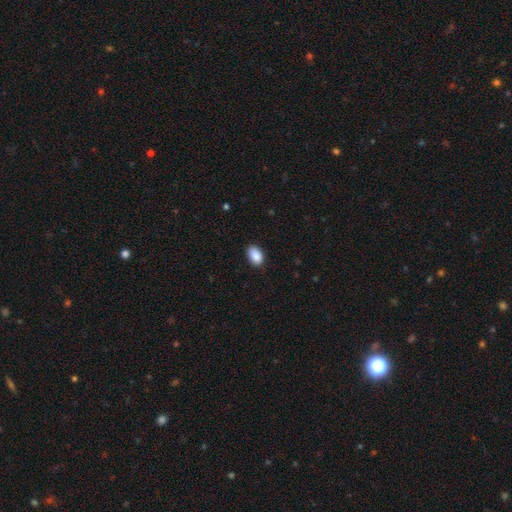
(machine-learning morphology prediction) A smooth galaxy with no disk features (90%) that is in between round and cigar-shaped (90%).

Vote fractions:
- Smooth or featured? smooth: 90% / star or artifact: 7% / featured or disk: 3%
- How rounded? in between: 90% / round: 9% / cigar-shaped: 1%
- Merging? none: 85% / minor disturbance: 12% / major disturbance: 2% / merger: 1%